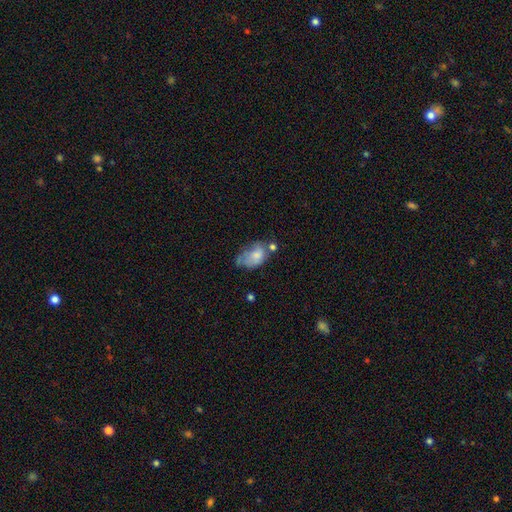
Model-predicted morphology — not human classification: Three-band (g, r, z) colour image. It shows a smooth galaxy with no disk features (64%) that is in between round and cigar-shaped (86%). Merging: minor disturbance (32%).